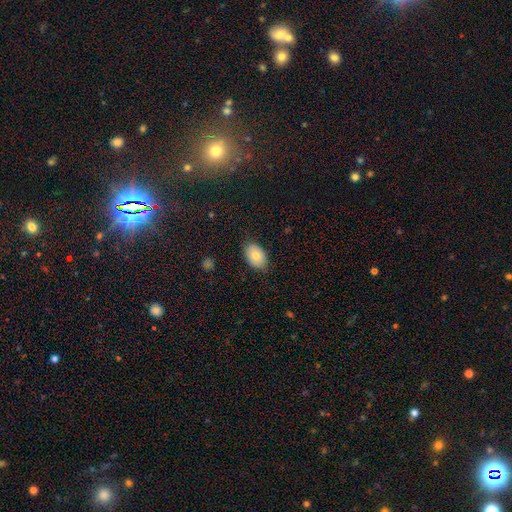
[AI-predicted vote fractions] smooth 78%, featured or disk 14%, star or artifact 8%. Down the decision tree: how rounded — in between (85%); merging — none (83%).